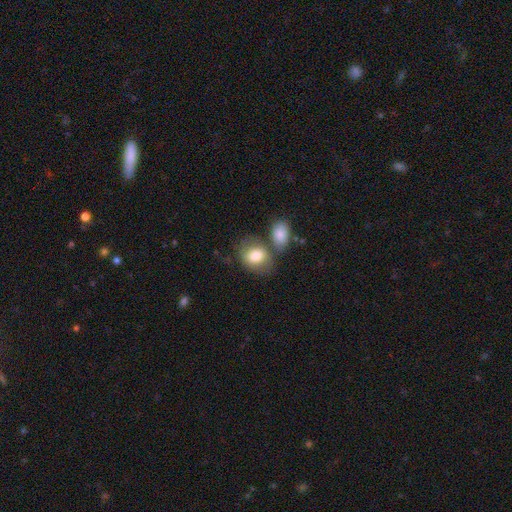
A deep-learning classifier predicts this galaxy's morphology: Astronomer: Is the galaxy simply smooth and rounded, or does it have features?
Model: smooth — 80%.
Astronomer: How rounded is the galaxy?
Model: in between — 61% (runner-up: round, 38%).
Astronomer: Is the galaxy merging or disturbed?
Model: none — 46% (runner-up: merger, 31%).